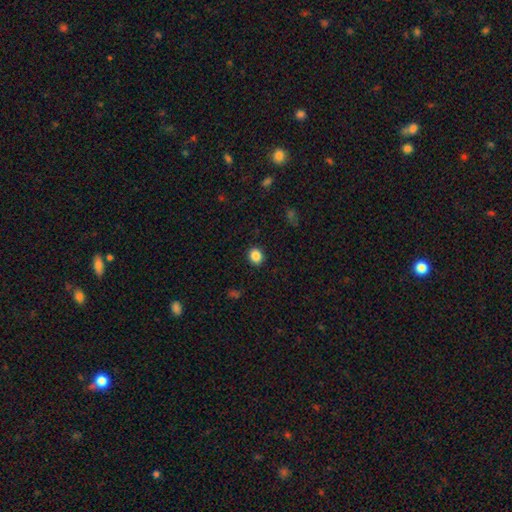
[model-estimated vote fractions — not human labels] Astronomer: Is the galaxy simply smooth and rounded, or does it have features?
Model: smooth — 86%.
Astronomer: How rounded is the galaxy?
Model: round — 69%.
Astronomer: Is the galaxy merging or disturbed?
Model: none — 91%.